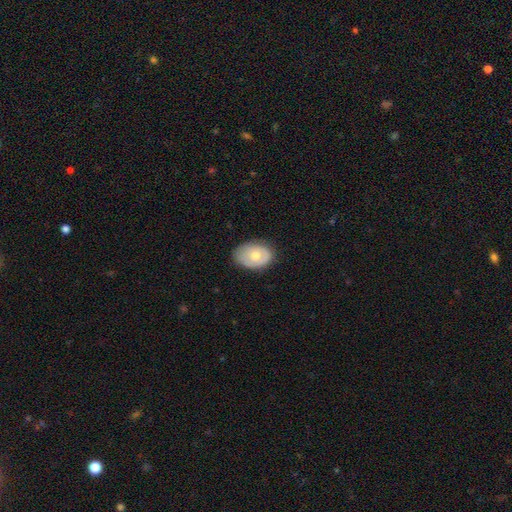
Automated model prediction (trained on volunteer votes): Smooth or featured: smooth — 61% (featured or disk — 32%)
How rounded: in between — 77% (round — 22%)
Merging: none — 71% (minor disturbance — 23%)